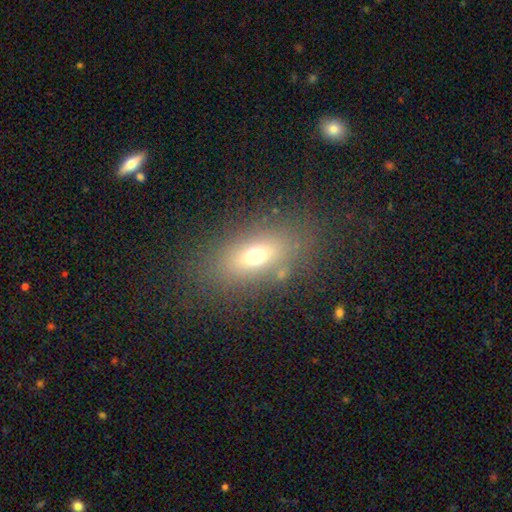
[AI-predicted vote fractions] Smooth or featured?
  - smooth: 64% *
  - featured or disk: 21%
  - star or artifact: 14%
How rounded?
  - in between: 76% *
  - cigar-shaped: 12%
  - round: 12%
Merging?
  - none: 80% *
  - minor disturbance: 11%
  - major disturbance: 6%
  - merger: 3%